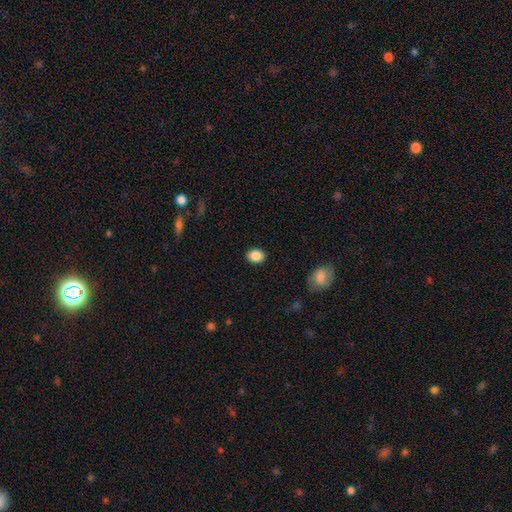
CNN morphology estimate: Q: Smooth or featured?
A: smooth (87%); runner-up: star or artifact (9%)
Q: How rounded?
A: round (50%); runner-up: in between (49%)
Q: Merging?
A: none (89%); runner-up: minor disturbance (7%)